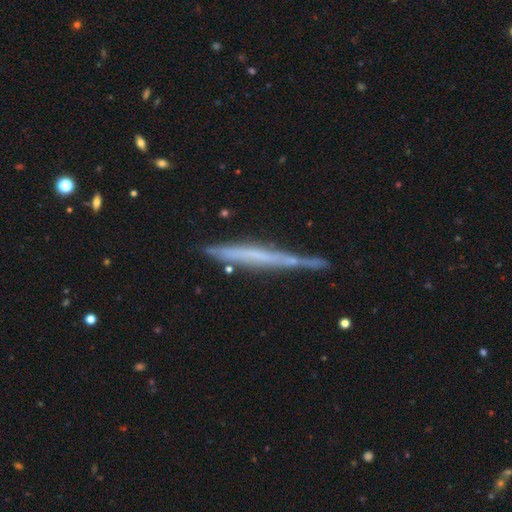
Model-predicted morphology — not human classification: Q: Smooth or featured?
A: featured or disk (60%); runner-up: smooth (33%)
Q: Edge-on disk?
A: yes (96%); runner-up: no (4%)
Q: Edge-on bulge?
A: none (84%); runner-up: rounded (8%)
Q: Merging?
A: none (73%); runner-up: minor disturbance (19%)